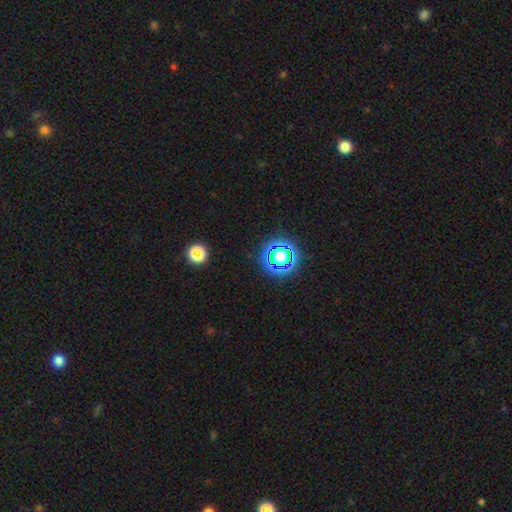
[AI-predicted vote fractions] A star or artifact, not a galaxy (78%).